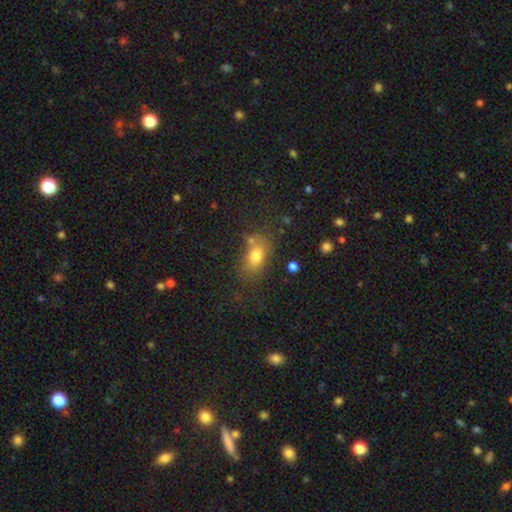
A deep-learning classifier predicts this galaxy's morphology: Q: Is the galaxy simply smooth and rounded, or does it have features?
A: smooth — 75%.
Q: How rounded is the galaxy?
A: in between — 78%.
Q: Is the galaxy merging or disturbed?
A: none — 68%.